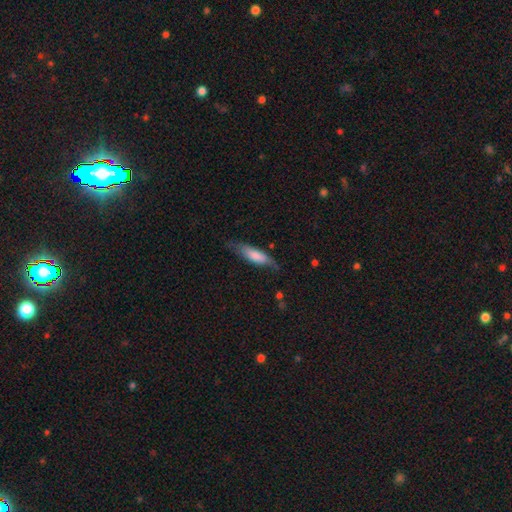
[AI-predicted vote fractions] smooth 70%, featured or disk 24%, star or artifact 6%. Down the decision tree: how rounded — cigar-shaped (50%); merging — none (59%).